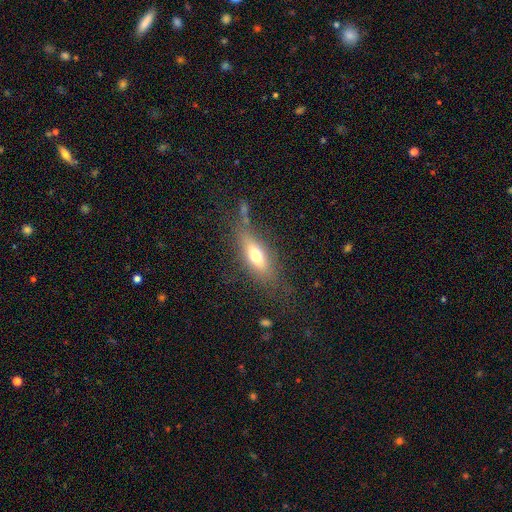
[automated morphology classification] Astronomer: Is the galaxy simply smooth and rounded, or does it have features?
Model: smooth — 60%.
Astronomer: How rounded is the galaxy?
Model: in between — 59% (runner-up: cigar-shaped, 37%).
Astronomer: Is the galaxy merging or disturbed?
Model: none — 67%.